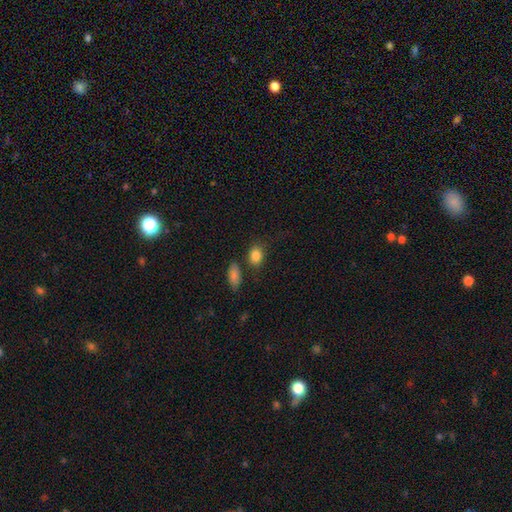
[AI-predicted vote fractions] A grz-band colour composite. It shows a smooth galaxy with no disk features (85%) that is in between round and cigar-shaped (63%). Merging: none (70%).